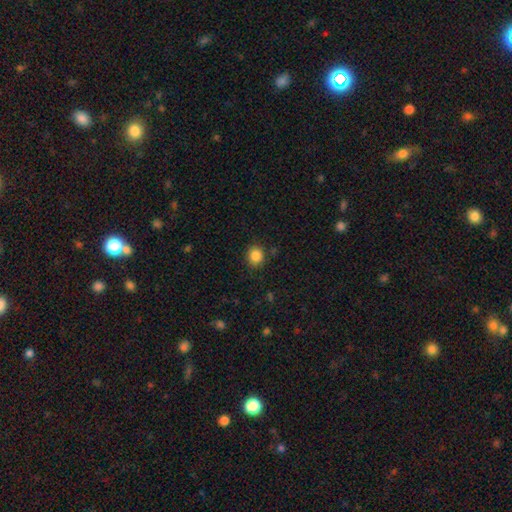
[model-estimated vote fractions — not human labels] Smooth or featured: smooth — 86% (star or artifact — 10%)
How rounded: round — 80% (in between — 19%)
Merging: none — 85% (minor disturbance — 11%)